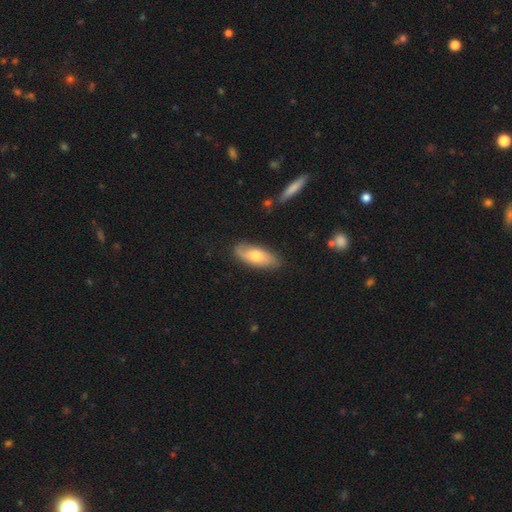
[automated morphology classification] Smooth or featured?
  - smooth: 55% *
  - featured or disk: 39%
  - star or artifact: 6%
How rounded?
  - in between: 77% *
  - cigar-shaped: 21%
  - round: 2%
Merging?
  - none: 75% *
  - minor disturbance: 19%
  - major disturbance: 4%
  - merger: 2%